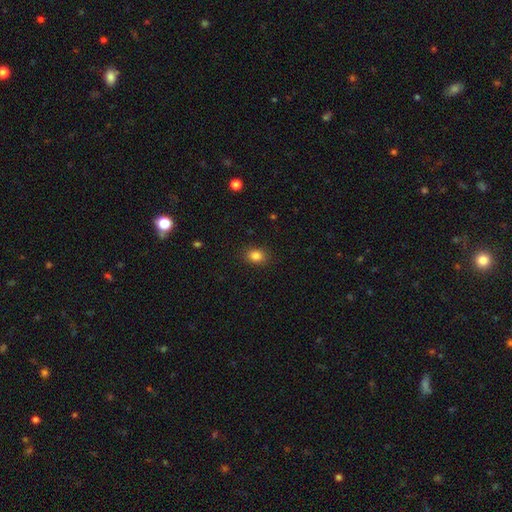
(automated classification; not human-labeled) This appears to be a smooth galaxy with no disk features (85%) that is in between round and cigar-shaped (58%). Merging: none (88%).